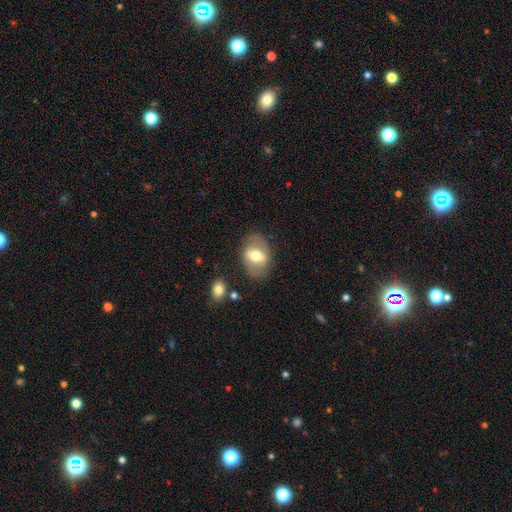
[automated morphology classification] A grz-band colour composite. It shows a smooth galaxy with no disk features (51%) that is in between round and cigar-shaped (79%). Merging: none (78%).